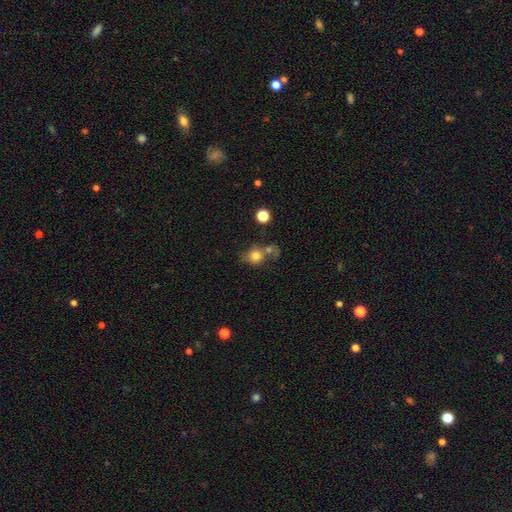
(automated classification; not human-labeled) This appears to be a smooth galaxy with no disk features (75%) that is round (74%). Merging: none (42%).